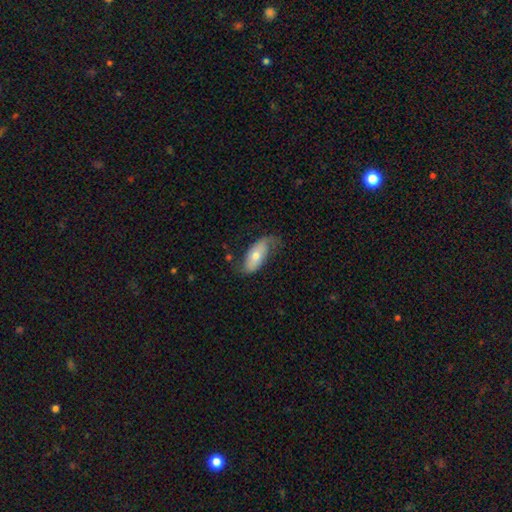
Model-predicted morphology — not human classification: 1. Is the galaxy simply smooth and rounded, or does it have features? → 54% smooth, 40% featured or disk, 6% star or artifact.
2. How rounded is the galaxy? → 86% in between, 11% cigar-shaped, 3% round.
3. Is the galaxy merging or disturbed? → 50% none, 33% minor disturbance, 15% major disturbance, 2% merger.